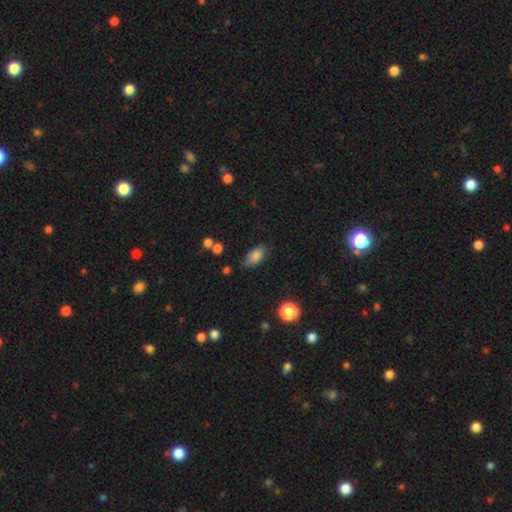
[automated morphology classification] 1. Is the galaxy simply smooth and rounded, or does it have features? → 81% smooth, 10% featured or disk, 9% star or artifact.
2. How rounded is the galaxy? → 88% in between, 7% cigar-shaped, 4% round.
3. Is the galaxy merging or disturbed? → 68% none, 24% minor disturbance, 5% major disturbance, 3% merger.